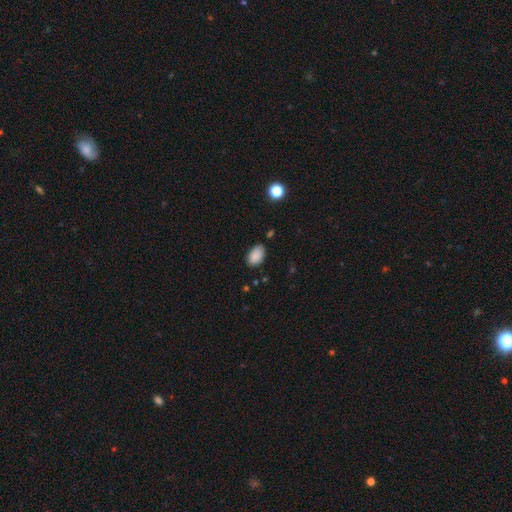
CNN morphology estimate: Smooth or featured? Predicted: smooth (p=0.88). How rounded? Predicted: in between (p=0.91). Merging? Predicted: none (p=0.79).